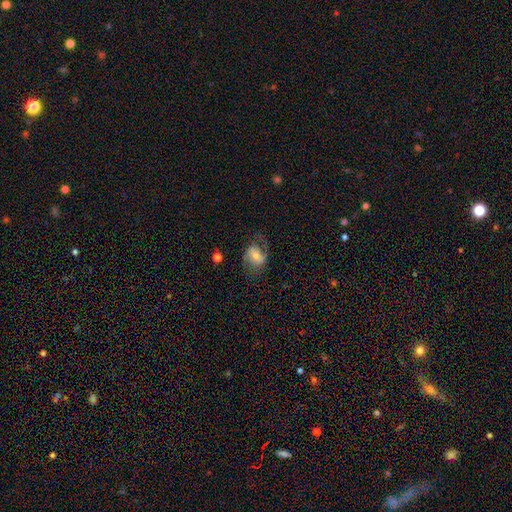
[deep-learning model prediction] This is likely a featured or disk galaxy (63%). It is clearly not viewed edge-on (97%). Bar: marginally weak (44%). Spiral arm pattern: clearly yes (88%). Spiral arm count: likely 2 (77%). Spiral winding: marginally medium (45%). Central bulge: marginally moderate (42%). Merging: possibly none (58%).